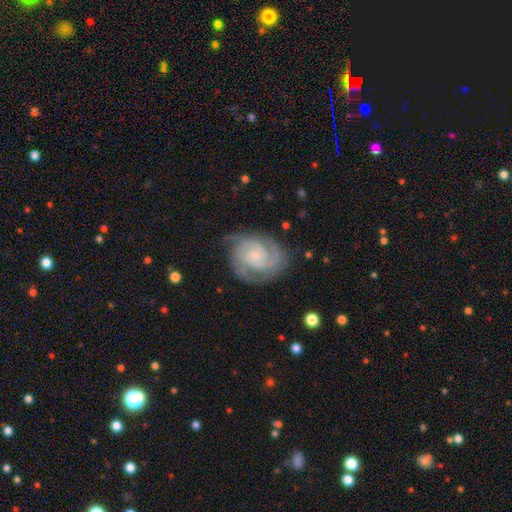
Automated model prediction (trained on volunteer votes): Smooth or featured: featured or disk — 89% (smooth — 6%)
Edge-on disk: no — 98% (yes — 2%)
Bar: no — 68% (weak — 26%)
Spiral arms: yes — 98% (no — 2%)
Spiral winding: tight — 67% (medium — 29%)
Spiral arm count: 2 — 46% (3 — 28%)
Bulge size: small — 75% (moderate — 17%)
Merging: none — 75% (minor disturbance — 17%)